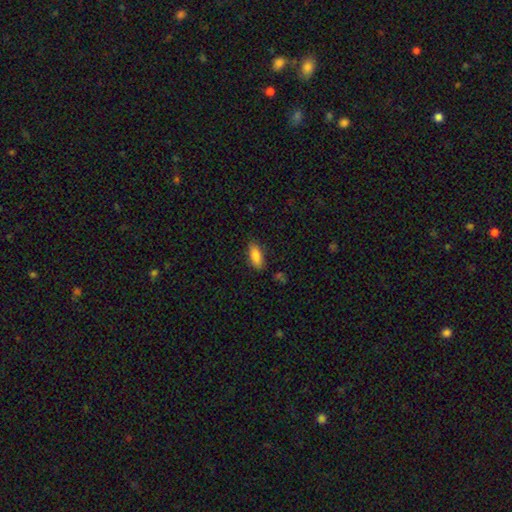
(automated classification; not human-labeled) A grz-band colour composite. It shows a smooth galaxy with no disk features (85%) that is in between round and cigar-shaped (83%). Merging: none (82%).